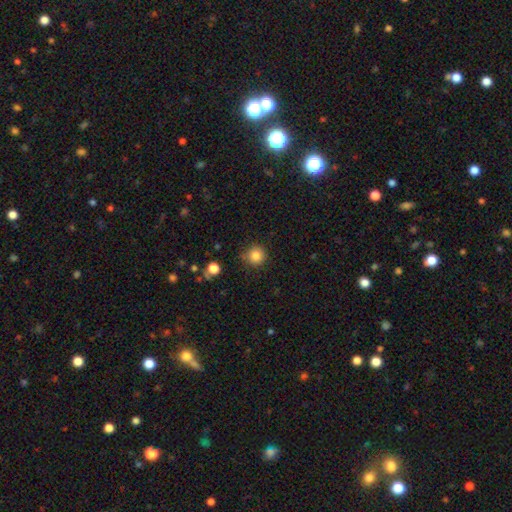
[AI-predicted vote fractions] smooth 83%, star or artifact 12%, featured or disk 5%. Down the decision tree: how rounded — round (94%); merging — none (81%).